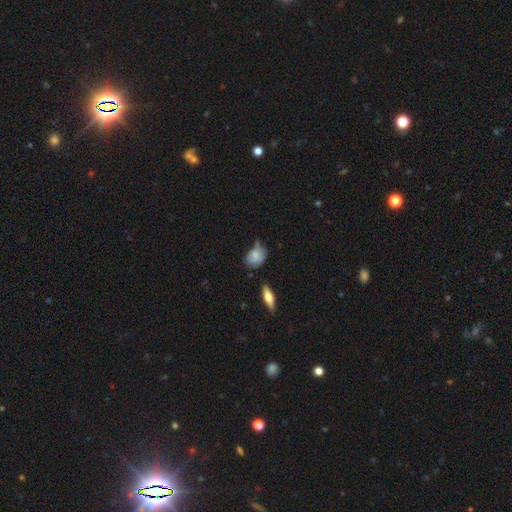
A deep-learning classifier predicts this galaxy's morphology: Smooth or featured? smooth (75%)
How rounded? in between (68%)
Merging? none (44%)